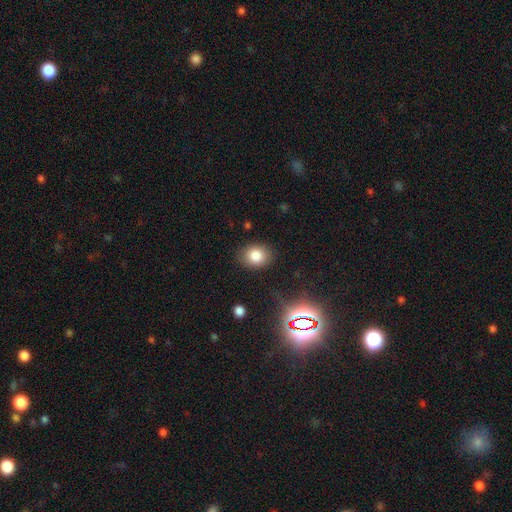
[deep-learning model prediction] smooth_or_featured: smooth (p=0.82) [alt: star or artifact p=0.11]
how_rounded: in between (p=0.52) [alt: round p=0.47]
merging: none (p=0.85) [alt: minor disturbance p=0.11]